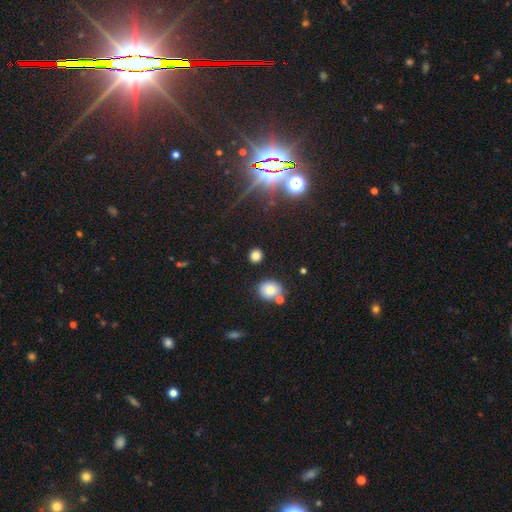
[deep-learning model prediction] Q: Smooth or featured?
A: smooth (78%); runner-up: star or artifact (16%)
Q: How rounded?
A: round (83%); runner-up: in between (16%)
Q: Merging?
A: none (85%); runner-up: minor disturbance (7%)